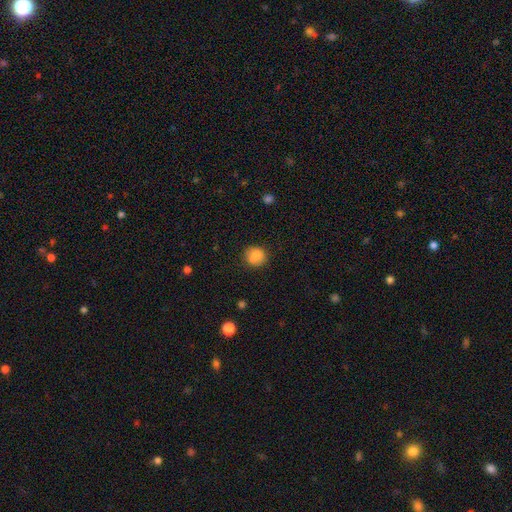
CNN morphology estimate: This is likely a smooth galaxy (80%). How rounded: clearly round (83%). Merging: likely none (69%).